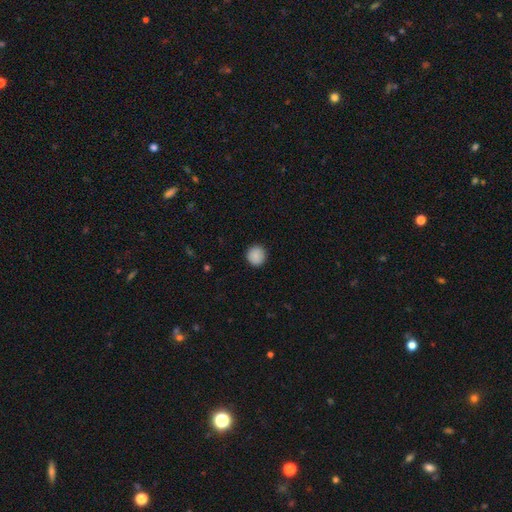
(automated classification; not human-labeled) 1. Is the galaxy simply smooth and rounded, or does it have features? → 88% smooth, 8% star or artifact, 4% featured or disk.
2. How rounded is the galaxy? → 94% round, 5% in between, 1% cigar-shaped.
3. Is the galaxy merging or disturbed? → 91% none, 6% minor disturbance, 2% major disturbance, 1% merger.